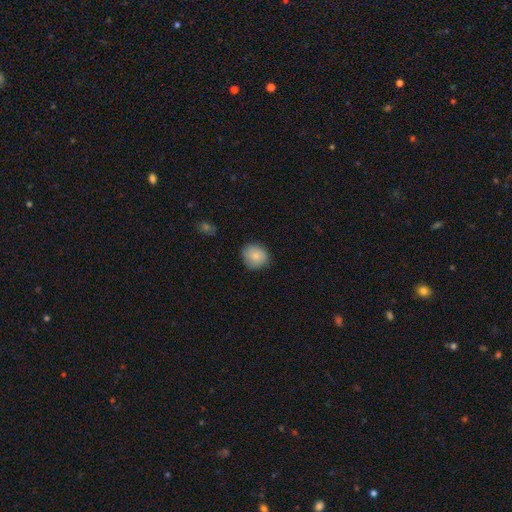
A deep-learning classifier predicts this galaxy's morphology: smooth 84%, featured or disk 9%, star or artifact 7%. Down the decision tree: how rounded — round (84%); merging — none (81%).